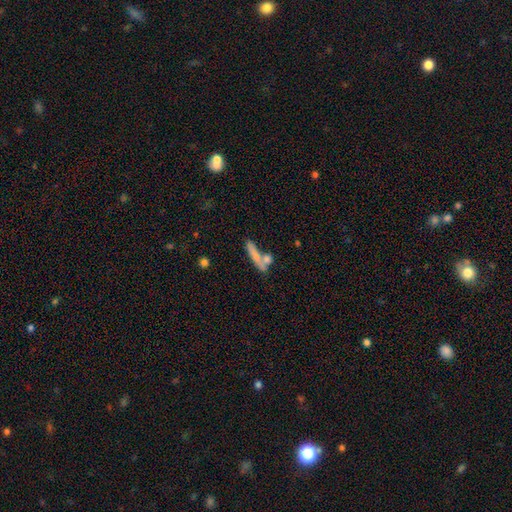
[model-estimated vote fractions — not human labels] The model was most divided on "merging": none: 49%, merger: 32%, minor disturbance: 13%, major disturbance: 6%. More confident: how rounded — cigar-shaped (78%); smooth or featured — smooth (66%).